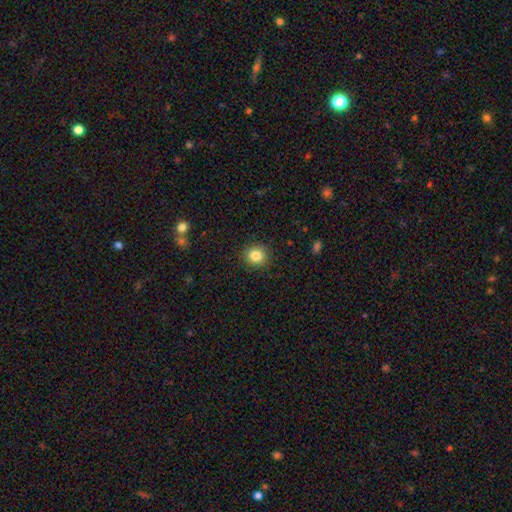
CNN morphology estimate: smooth-or-featured: smooth: 84% | star or artifact: 10% | featured or disk: 6%
  how-rounded: round: 85% | in between: 14% | cigar-shaped: 1%
  merging: none: 90% | minor disturbance: 7% | major disturbance: 2% | merger: 1%